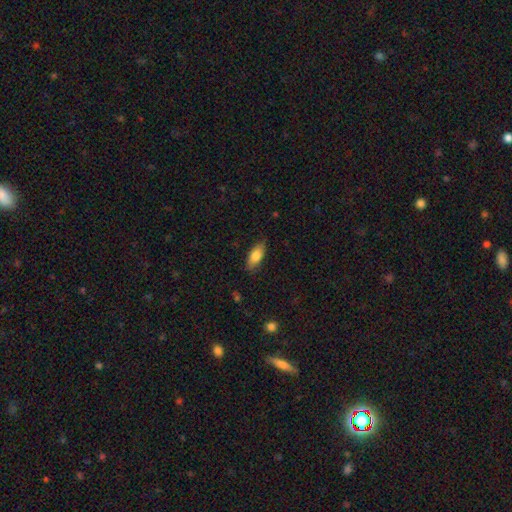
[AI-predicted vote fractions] A smooth galaxy with no disk features (77%) that is in between round and cigar-shaped (78%). Merging: none (83%).